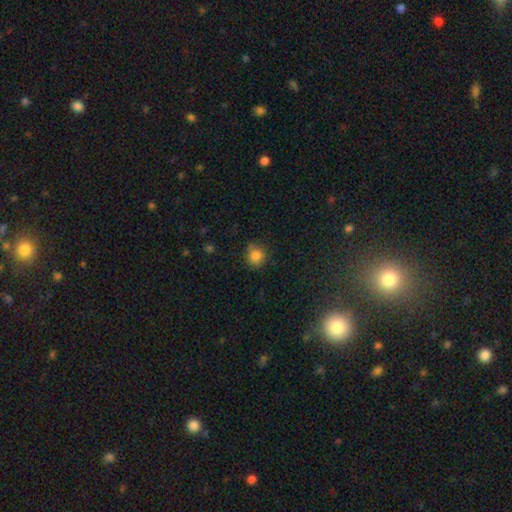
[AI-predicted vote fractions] Smooth or featured? smooth (84%)
How rounded? round (85%)
Merging? none (74%)